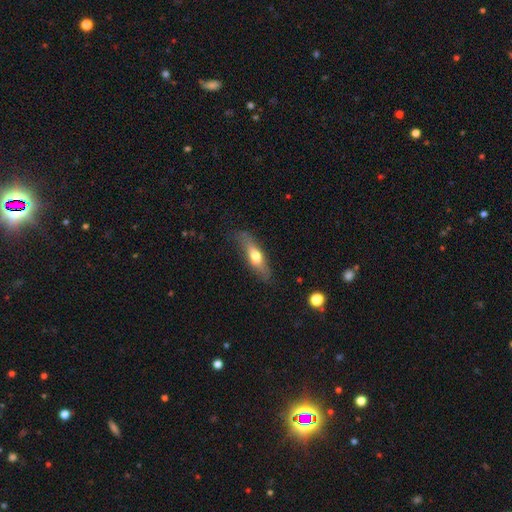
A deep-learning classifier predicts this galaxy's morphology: Q: Smooth or featured?
A: smooth (56%); runner-up: featured or disk (38%)
Q: How rounded?
A: cigar-shaped (56%); runner-up: in between (41%)
Q: Merging?
A: none (71%); runner-up: minor disturbance (21%)